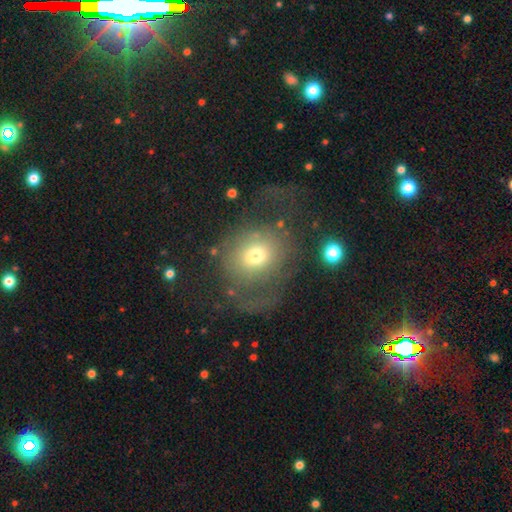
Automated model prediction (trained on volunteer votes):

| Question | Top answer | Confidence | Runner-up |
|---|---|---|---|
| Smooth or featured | smooth | 56% | featured or disk (30%) |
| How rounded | round | 69% | in between (29%) |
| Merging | major disturbance | 42% | none (39%) |